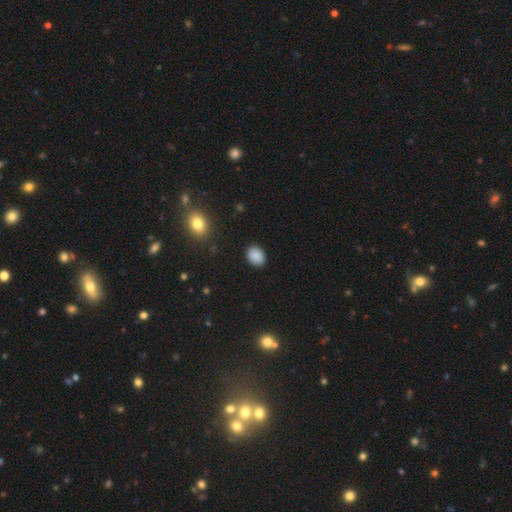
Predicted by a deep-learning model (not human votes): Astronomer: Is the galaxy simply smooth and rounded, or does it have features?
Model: smooth — 88%.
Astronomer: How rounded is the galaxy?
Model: in between — 62% (runner-up: round, 37%).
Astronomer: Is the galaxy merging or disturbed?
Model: none — 88%.